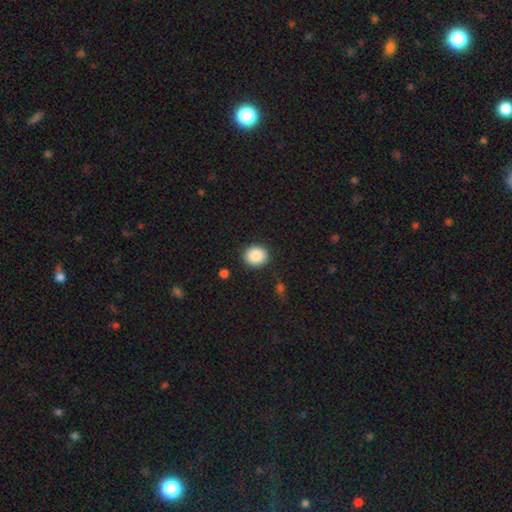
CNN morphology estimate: smooth 87%, star or artifact 8%, featured or disk 5%. Down the decision tree: how rounded — round (81%); merging — none (89%).